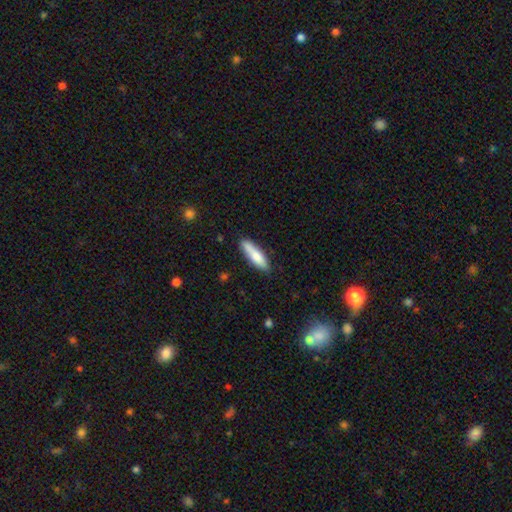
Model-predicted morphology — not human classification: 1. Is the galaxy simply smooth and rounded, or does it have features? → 79% smooth, 15% featured or disk, 6% star or artifact.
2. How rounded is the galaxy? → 65% cigar-shaped, 33% in between, 2% round.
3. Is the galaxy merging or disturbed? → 78% none, 16% minor disturbance, 3% major disturbance, 3% merger.